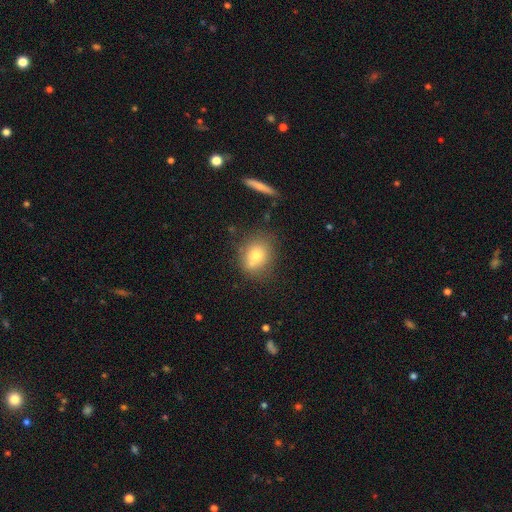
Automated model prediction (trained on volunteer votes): Smooth or featured? smooth (74%)
How rounded? round (60%)
Merging? none (63%)